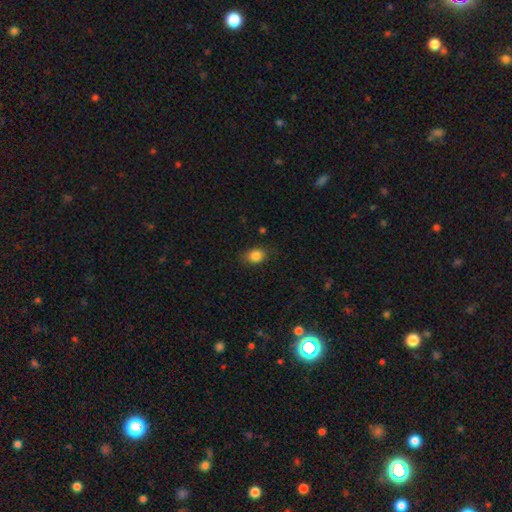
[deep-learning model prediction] The model was most divided on "how rounded": in between: 64%, round: 35%, cigar-shaped: 1%. More confident: smooth or featured — smooth (85%); merging — none (79%).